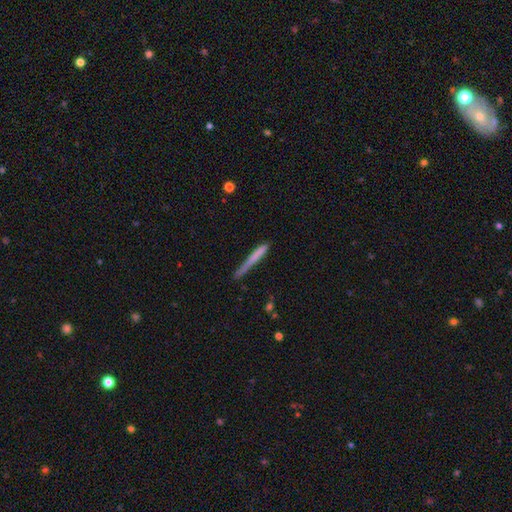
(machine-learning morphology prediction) type=smooth (67%); roundness=cigar-shaped (96%); merging=none (70%).